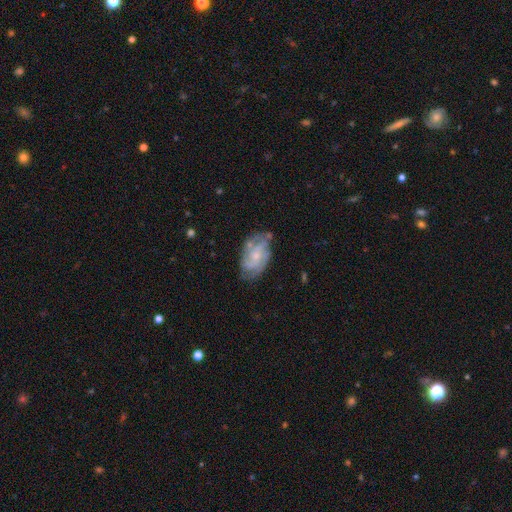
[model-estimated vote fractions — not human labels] featured or disk 77%, smooth 17%, star or artifact 6%. Down the decision tree: edge-on disk — no (97%); bar — no (66%); spiral arms — yes (91%); spiral arm count — can't tell (29%); spiral winding — tight (43%); bulge size — small (59%); merging — none (68%).